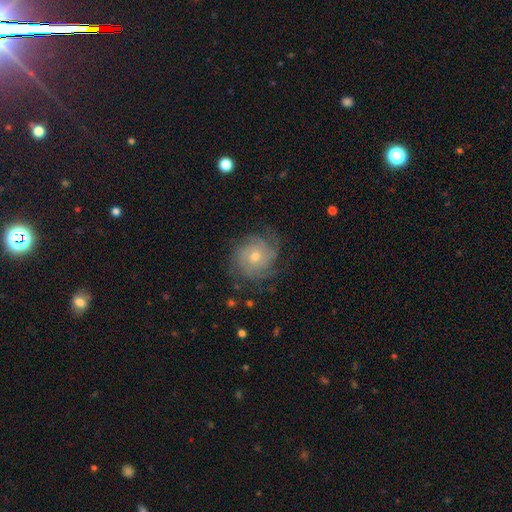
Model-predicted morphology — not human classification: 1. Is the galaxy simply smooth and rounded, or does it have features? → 76% featured or disk, 15% smooth, 9% star or artifact.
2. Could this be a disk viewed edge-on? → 97% no, 3% yes.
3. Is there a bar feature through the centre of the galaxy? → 79% no, 19% weak, 3% strong.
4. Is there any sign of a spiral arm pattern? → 94% yes, 6% no.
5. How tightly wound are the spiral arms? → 70% tight, 24% medium, 7% loose.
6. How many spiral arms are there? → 36% can't tell, 22% 3, 15% 4, 14% 2, 7% more than 4, 6% 1.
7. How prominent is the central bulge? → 58% moderate, 37% small, 3% large, 1% none, 1% dominant.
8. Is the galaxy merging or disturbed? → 75% none, 16% minor disturbance, 8% major disturbance, 1% merger.